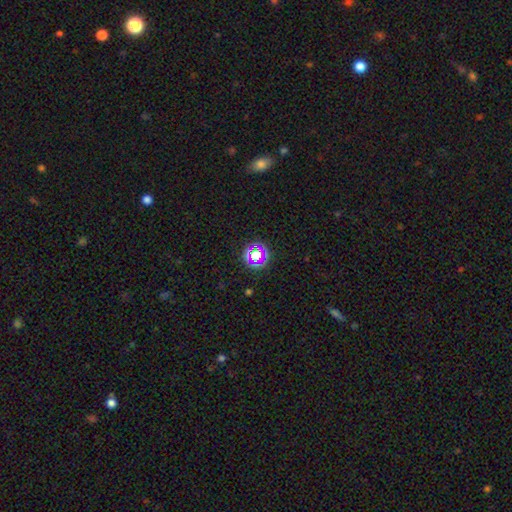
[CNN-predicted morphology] A star or artifact, not a galaxy (61%).

Vote fractions:
- Smooth or featured? star or artifact: 61% / smooth: 27% / featured or disk: 12%